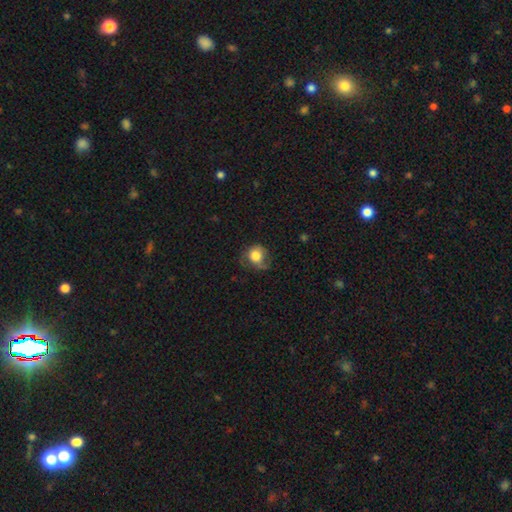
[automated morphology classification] type=smooth (67%); roundness=round (76%); merging=none (47%).